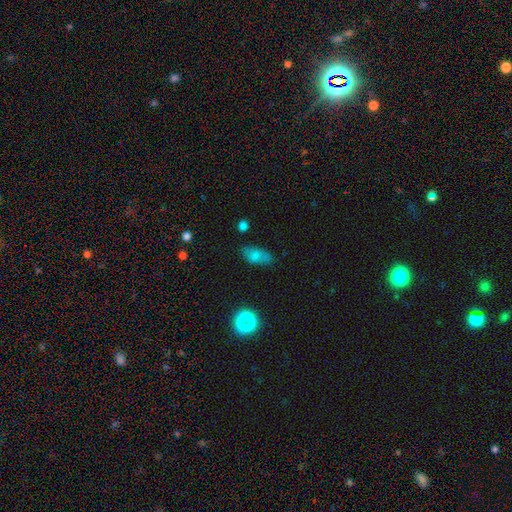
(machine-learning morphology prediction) smooth-or-featured: smooth: 70% | featured or disk: 19% | star or artifact: 11%
  how-rounded: in between: 88% | round: 6% | cigar-shaped: 6%
  merging: none: 68% | minor disturbance: 23% | major disturbance: 6% | merger: 3%